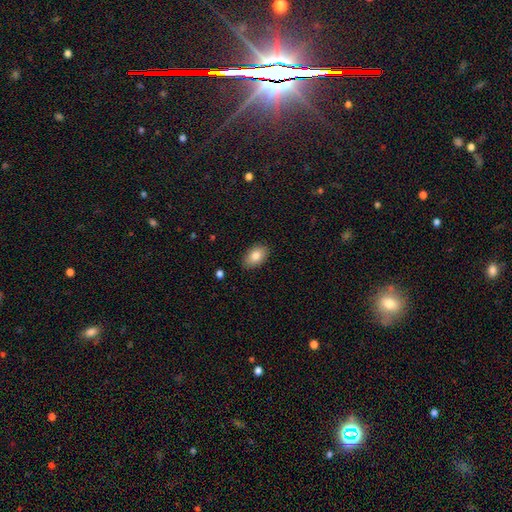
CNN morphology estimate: Overall: smooth (83%). How rounded: in between (90%). Merging: none (88%).